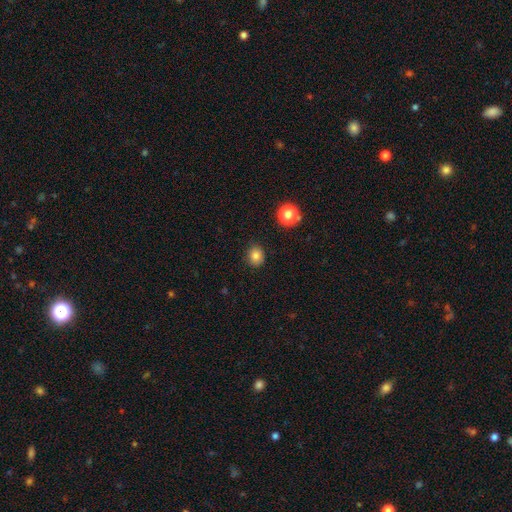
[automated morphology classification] Q: Smooth or featured?
A: smooth (81%); runner-up: star or artifact (13%)
Q: How rounded?
A: round (72%); runner-up: in between (27%)
Q: Merging?
A: none (89%); runner-up: minor disturbance (8%)